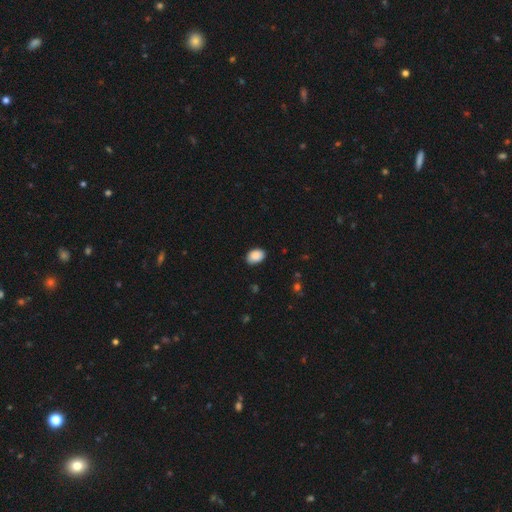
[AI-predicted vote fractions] This is clearly a smooth galaxy (89%). How rounded: clearly in between (80%). Merging: clearly none (85%).